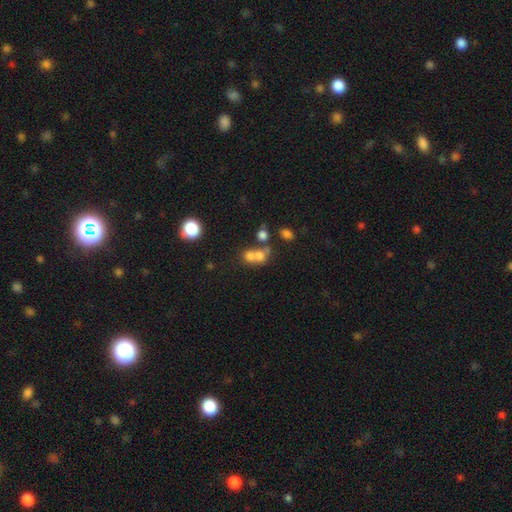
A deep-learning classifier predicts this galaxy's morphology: Smooth or featured? smooth (65%)
How rounded? round (64%)
Merging? merger (61%)